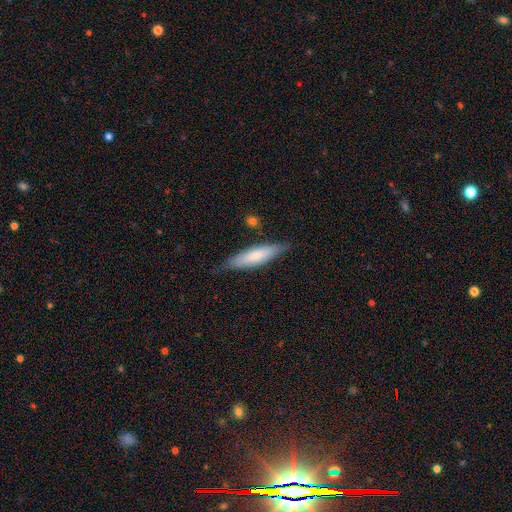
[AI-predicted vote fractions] Q: Smooth or featured?
A: smooth (69%); runner-up: featured or disk (25%)
Q: How rounded?
A: cigar-shaped (68%); runner-up: in between (31%)
Q: Merging?
A: none (77%); runner-up: minor disturbance (18%)